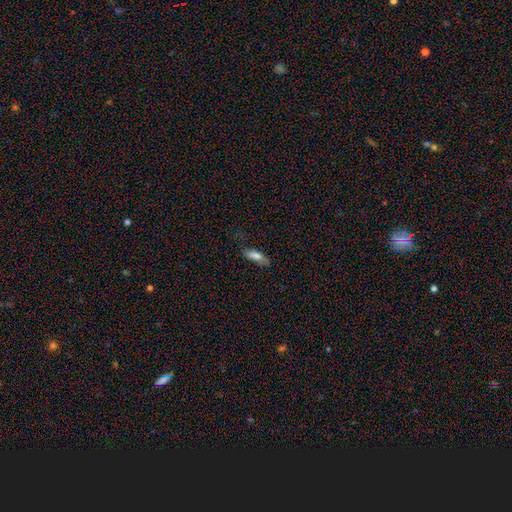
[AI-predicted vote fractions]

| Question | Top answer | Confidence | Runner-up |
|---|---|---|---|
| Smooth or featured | smooth | 73% | featured or disk (19%) |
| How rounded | in between | 54% | cigar-shaped (43%) |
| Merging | none | 69% | minor disturbance (23%) |